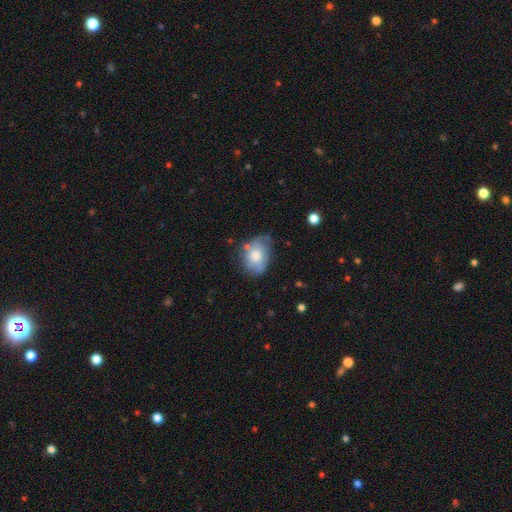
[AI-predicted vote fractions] smooth-or-featured: smooth: 68% | featured or disk: 25% | star or artifact: 7%
  how-rounded: in between: 73% | round: 26% | cigar-shaped: 1%
  merging: none: 57% | minor disturbance: 30% | major disturbance: 9% | merger: 5%